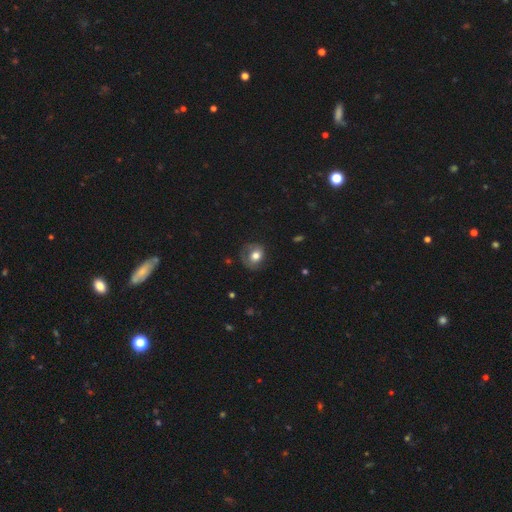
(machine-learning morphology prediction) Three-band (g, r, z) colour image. It shows a smooth galaxy with no disk features (66%) that is round (63%). Merging: none (56%).